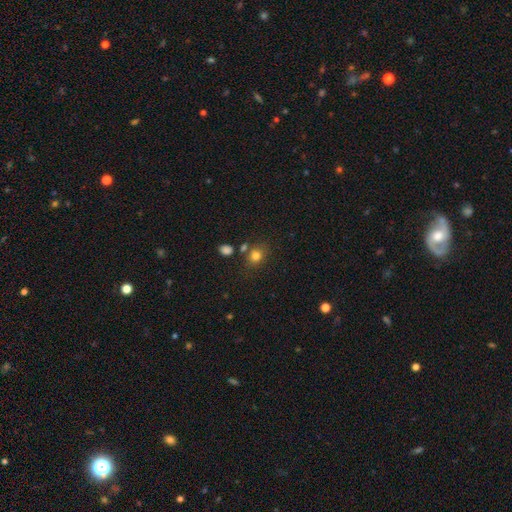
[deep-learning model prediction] A smooth galaxy with no disk features (80%) that is round (63%). Merging: none (68%).